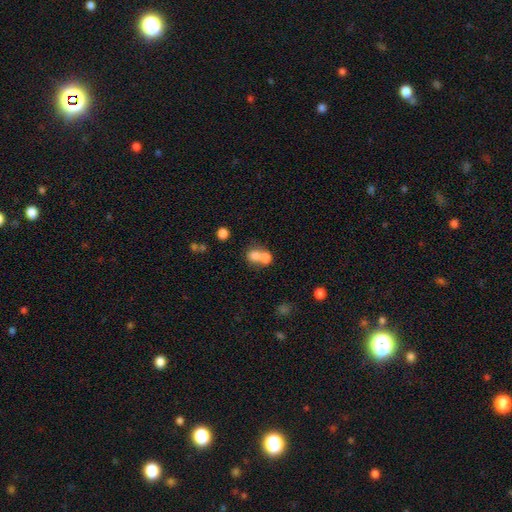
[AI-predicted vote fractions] Morphology: type=smooth (73%); roundness=round (67%); merging=merger (65%).